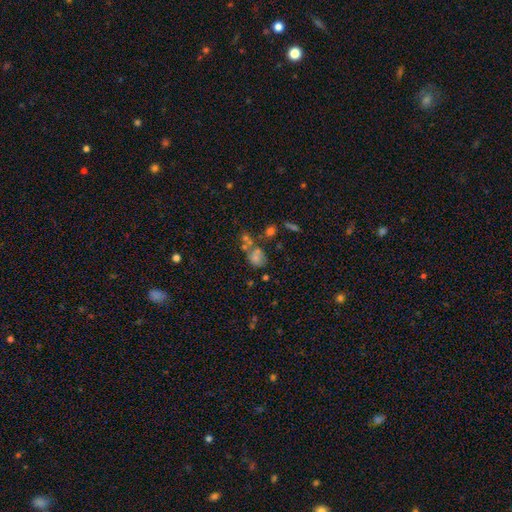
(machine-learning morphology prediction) This appears to be a smooth galaxy with no disk features (59%) that is in between round and cigar-shaped (54%). Merging: none (33%).